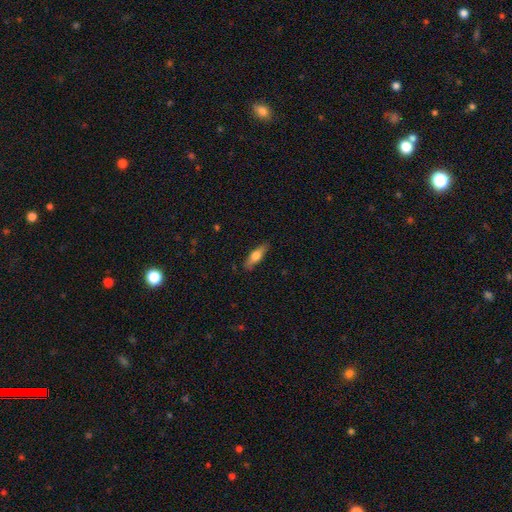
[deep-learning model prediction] Smooth or featured: smooth — 59% (featured or disk — 35%)
How rounded: cigar-shaped — 57% (in between — 41%)
Merging: none — 85% (minor disturbance — 11%)